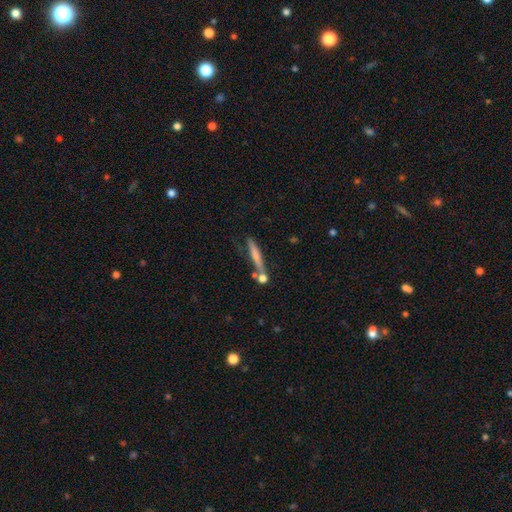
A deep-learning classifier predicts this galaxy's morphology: A smooth galaxy with no disk features (60%) that is cigar-shaped (91%).

Vote fractions:
- Smooth or featured? smooth: 60% / featured or disk: 33% / star or artifact: 8%
- How rounded? cigar-shaped: 91% / in between: 6% / round: 3%
- Merging? none: 64% / merger: 15% / minor disturbance: 15% / major disturbance: 6%